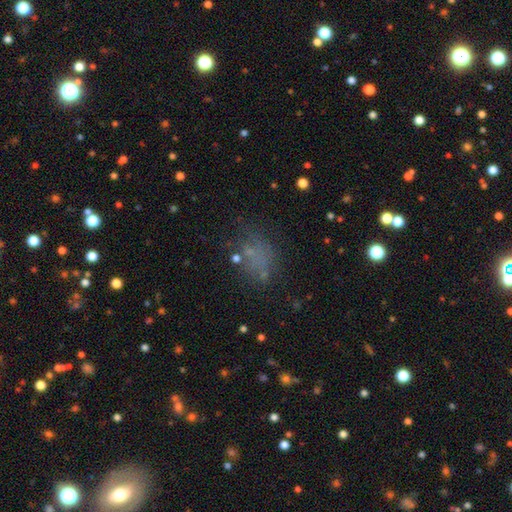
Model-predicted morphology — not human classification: Smooth or featured?
  - smooth: 52% *
  - star or artifact: 27%
  - featured or disk: 22%
How rounded?
  - in between: 61% *
  - round: 37%
  - cigar-shaped: 2%
Merging?
  - none: 57% *
  - major disturbance: 19%
  - minor disturbance: 18%
  - merger: 6%